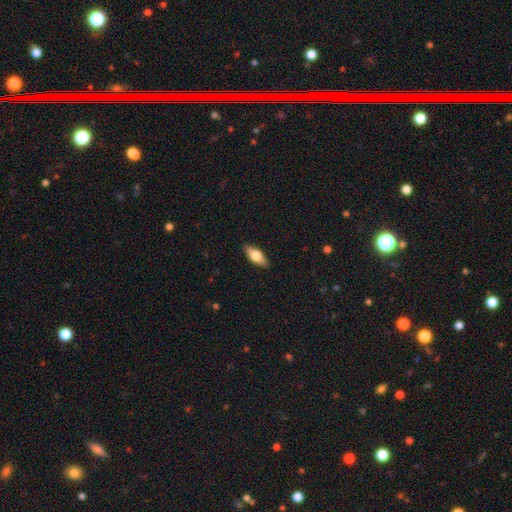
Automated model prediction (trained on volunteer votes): A smooth galaxy with no disk features (65%) that is in between round and cigar-shaped (76%). Merging: none (88%).